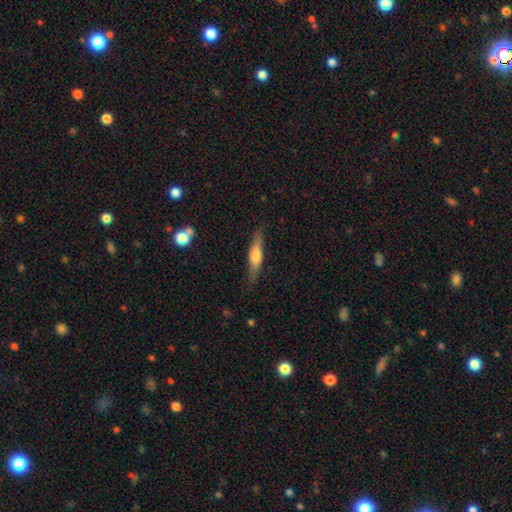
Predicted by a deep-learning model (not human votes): smooth_or_featured: smooth (p=0.53) [alt: featured or disk p=0.41]
how_rounded: cigar-shaped (p=0.75) [alt: in between p=0.23]
merging: none (p=0.85) [alt: minor disturbance p=0.11]